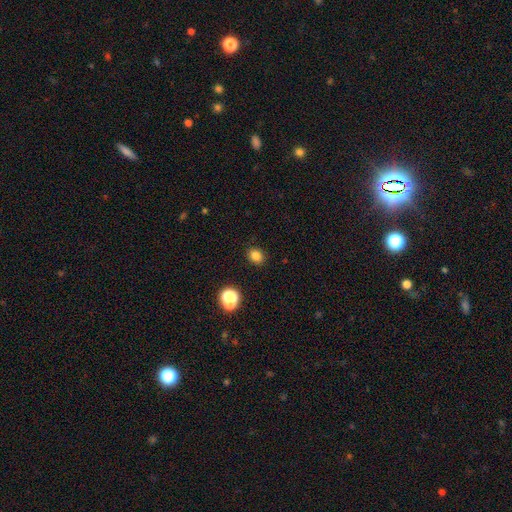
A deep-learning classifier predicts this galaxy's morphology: The model was most divided on "how rounded": round: 63%, in between: 36%, cigar-shaped: 1%. More confident: merging — none (88%); smooth or featured — smooth (81%).